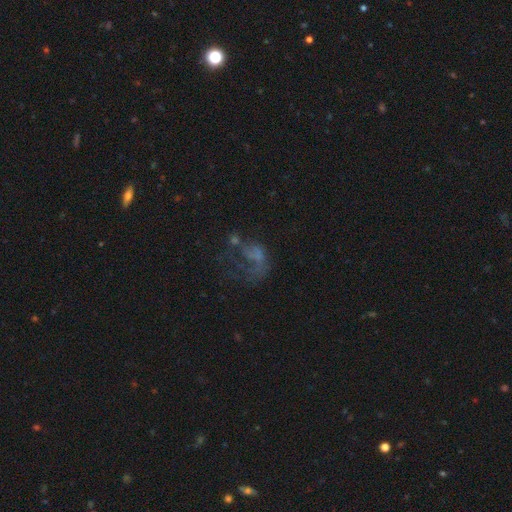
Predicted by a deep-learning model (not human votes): Smooth or featured? featured or disk (50%)
Merging? major disturbance (52%)